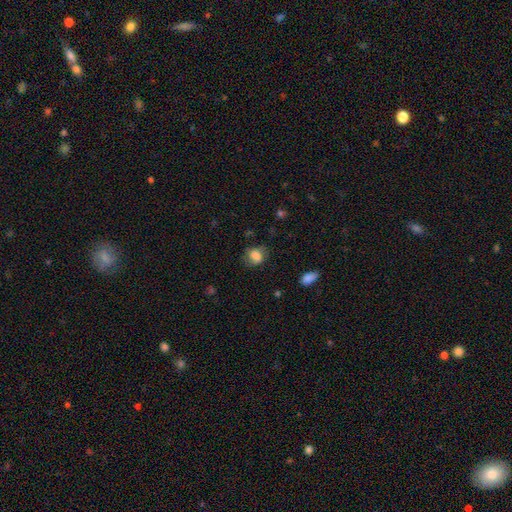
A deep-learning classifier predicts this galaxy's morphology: Smooth or featured? Predicted: smooth (p=0.77). How rounded? Predicted: in between (p=0.50). Merging? Predicted: none (p=0.62).